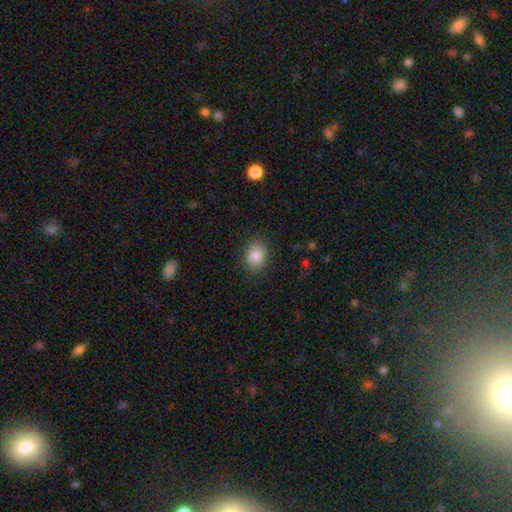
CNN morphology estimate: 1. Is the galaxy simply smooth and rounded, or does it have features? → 87% smooth, 8% star or artifact, 5% featured or disk.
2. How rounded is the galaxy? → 68% in between, 31% round, 1% cigar-shaped.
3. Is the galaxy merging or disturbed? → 85% none, 11% minor disturbance, 3% major disturbance, 1% merger.